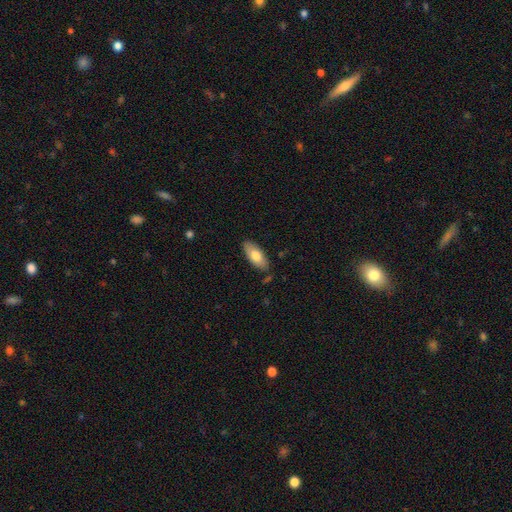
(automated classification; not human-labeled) A smooth galaxy with no disk features (74%) that is in between round and cigar-shaped (86%). Merging: none (83%).